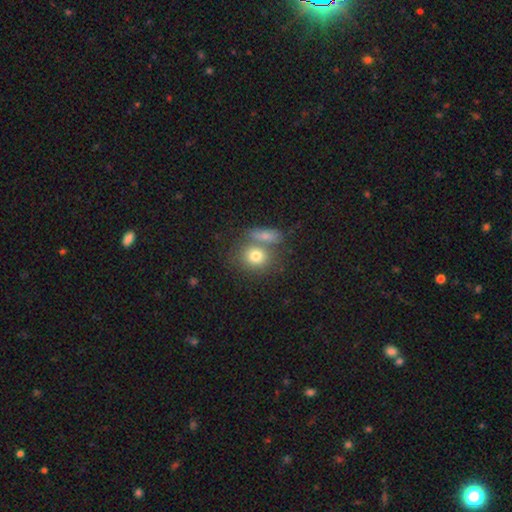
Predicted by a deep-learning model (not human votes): smooth_or_featured: smooth (p=0.77) [alt: featured or disk p=0.13]
how_rounded: round (p=0.68) [alt: in between p=0.30]
merging: none (p=0.48) [alt: merger p=0.37]